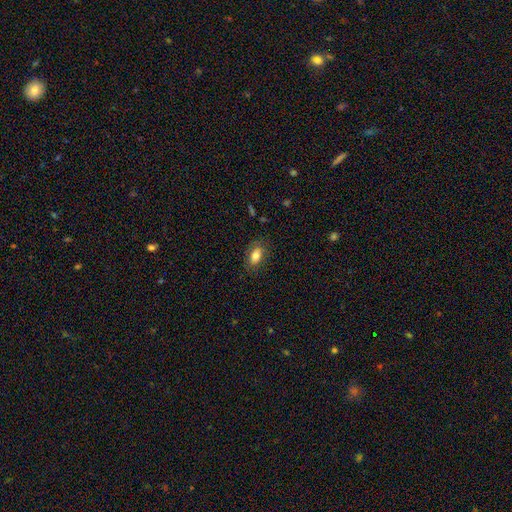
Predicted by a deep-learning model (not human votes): Morphology: type=smooth (77%); roundness=in between (89%); merging=none (80%).